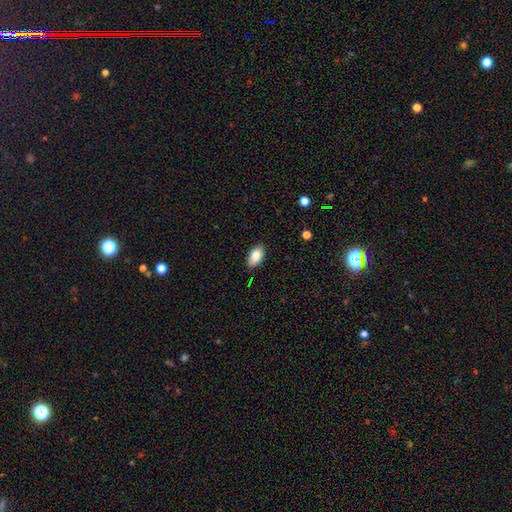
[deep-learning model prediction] smooth 85%, featured or disk 8%, star or artifact 7%. Down the decision tree: how rounded — in between (93%); merging — none (85%).